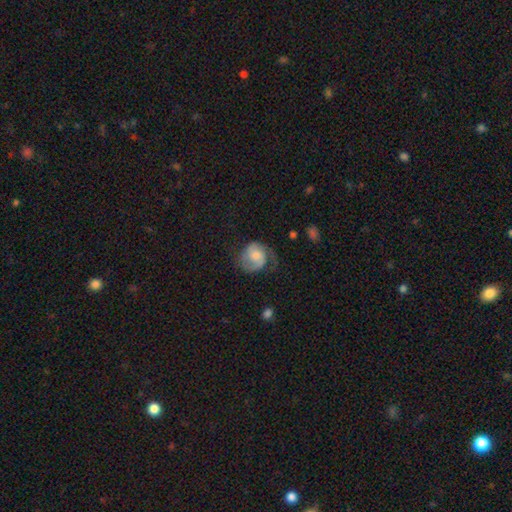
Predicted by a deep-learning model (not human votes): This is likely a featured or disk galaxy (61%). It is clearly not viewed edge-on (98%). Bar: likely no (65%). Spiral arm pattern: clearly yes (90%). Spiral arm count: likely 2 (68%). Spiral winding: marginally medium (43%). Central bulge: possibly moderate (47%). Merging: possibly none (51%).